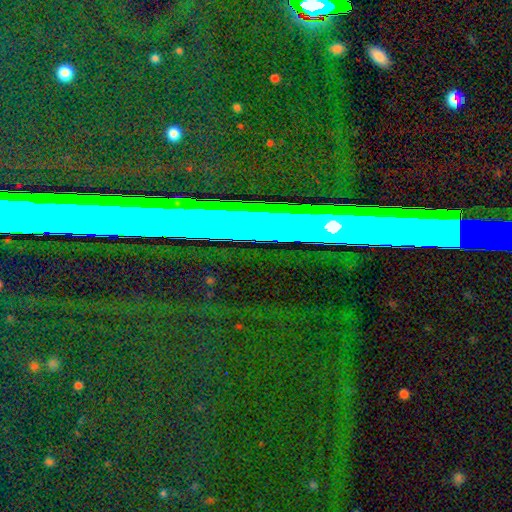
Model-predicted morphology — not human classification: A star or artifact, not a galaxy (80%).

Vote fractions:
- Smooth or featured? star or artifact: 80% / featured or disk: 11% / smooth: 10%